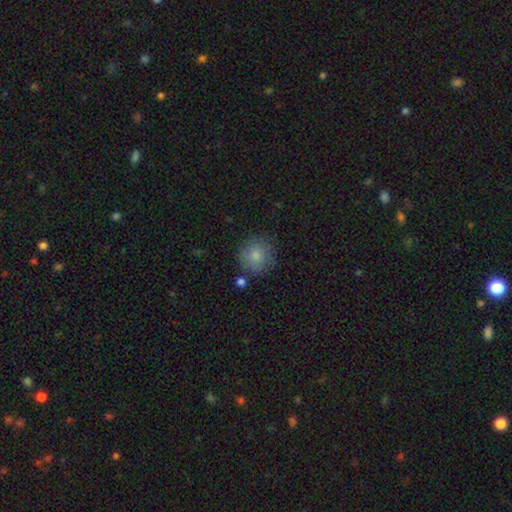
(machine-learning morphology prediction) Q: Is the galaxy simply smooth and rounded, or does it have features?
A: smooth — 82%.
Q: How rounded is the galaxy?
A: round — 91%.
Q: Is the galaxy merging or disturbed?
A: none — 76%.